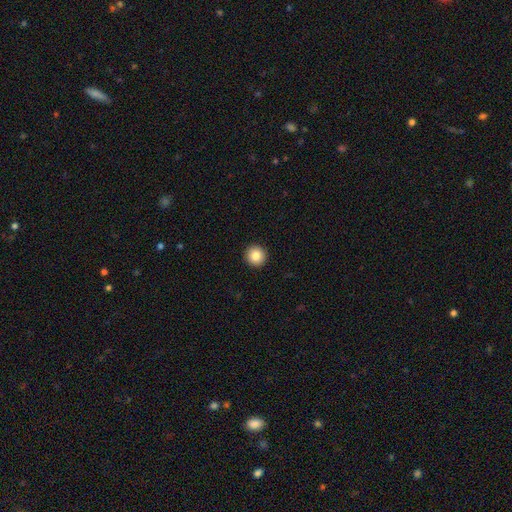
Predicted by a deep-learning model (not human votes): The model was most divided on "smooth or featured": smooth: 85%, star or artifact: 9%, featured or disk: 6%. More confident: how rounded — round (96%); merging — none (94%).